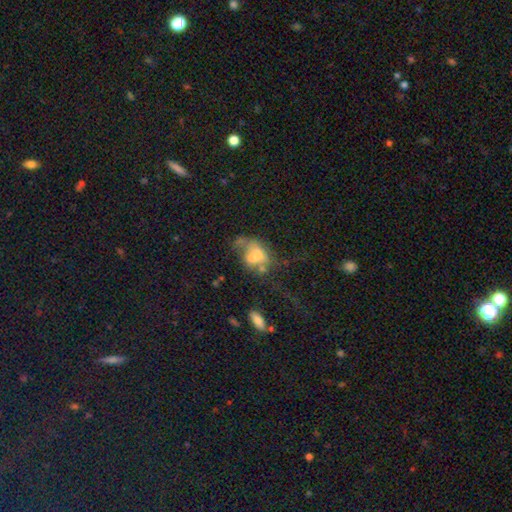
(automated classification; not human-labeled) The model was most divided on "merging": major disturbance: 36%, merger: 31%, none: 18%, minor disturbance: 15%. Remaining: smooth or featured — smooth (46%).